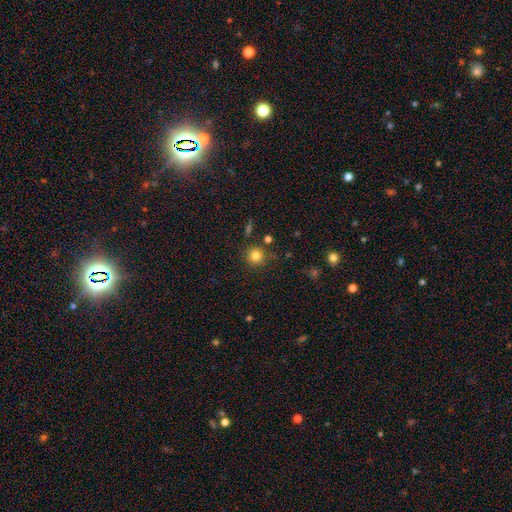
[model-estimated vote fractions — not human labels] Smooth or featured? smooth (82%)
How rounded? round (93%)
Merging? none (83%)